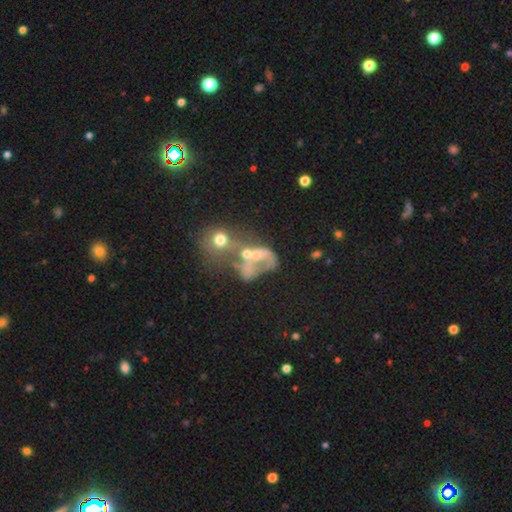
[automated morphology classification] type=featured or disk (47%); merging=merger (51%).